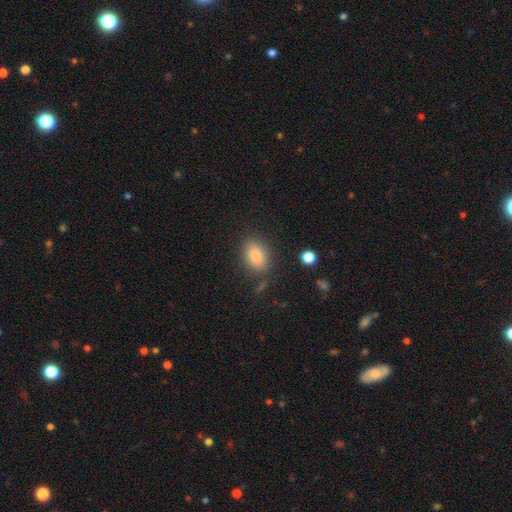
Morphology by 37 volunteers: Smooth or featured?
  - smooth: 92% *
  - featured or disk: 8%
  - star or artifact: 0%
How rounded?
  - in between: 82% *
  - round: 15%
  - cigar-shaped: 3%
Merging?
  - none: 95% *
  - minor disturbance: 3%
  - major disturbance: 3%
  - merger: 0%